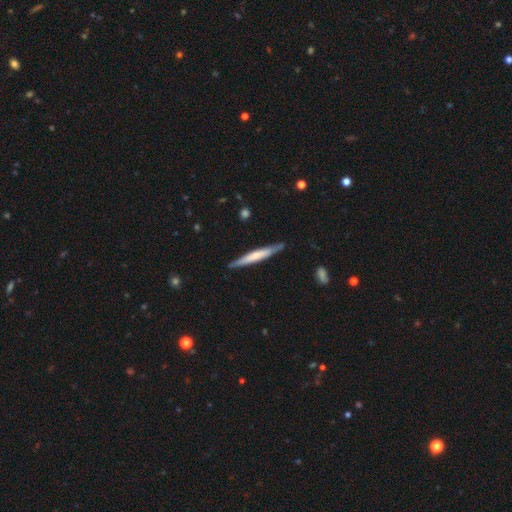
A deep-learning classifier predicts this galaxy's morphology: This appears to be a smooth galaxy with no disk features (51%) that is cigar-shaped (95%). Merging: none (85%).